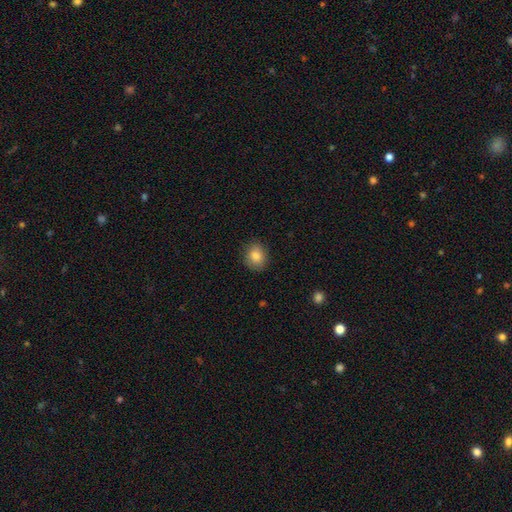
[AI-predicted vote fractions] Q: Smooth or featured?
A: smooth (84%); runner-up: star or artifact (9%)
Q: How rounded?
A: round (69%); runner-up: in between (30%)
Q: Merging?
A: none (87%); runner-up: minor disturbance (10%)